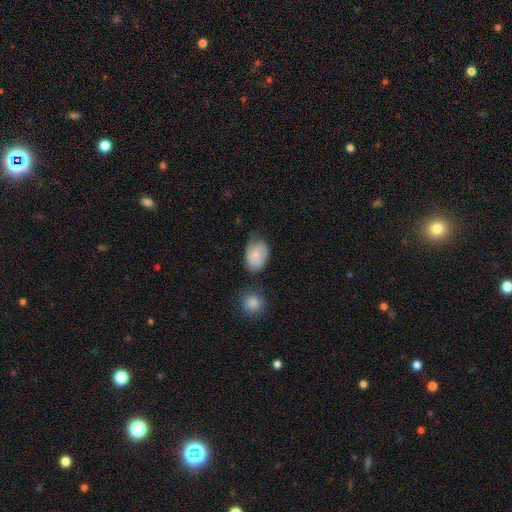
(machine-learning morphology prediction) This appears to be a smooth galaxy with no disk features (70%) that is in between round and cigar-shaped (76%). Merging: none (51%).